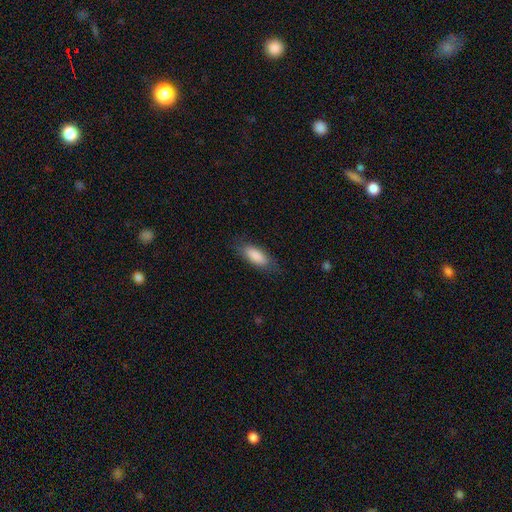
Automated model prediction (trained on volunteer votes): smooth 86%, featured or disk 8%, star or artifact 6%. Down the decision tree: how rounded — in between (78%); merging — none (80%).